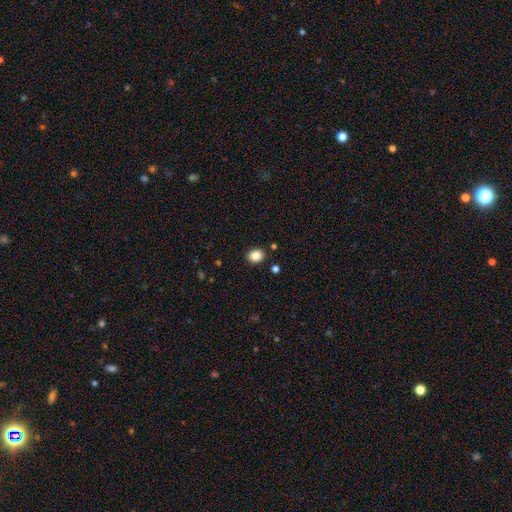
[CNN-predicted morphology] Smooth or featured?
  - smooth: 86% *
  - star or artifact: 10%
  - featured or disk: 5%
How rounded?
  - round: 52% *
  - in between: 47%
  - cigar-shaped: 1%
Merging?
  - none: 88% *
  - minor disturbance: 7%
  - merger: 2%
  - major disturbance: 2%